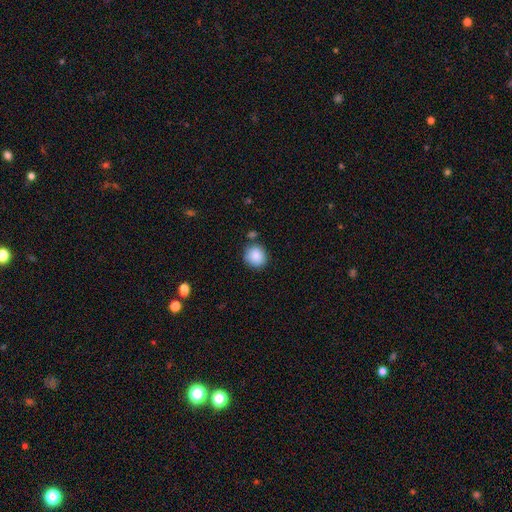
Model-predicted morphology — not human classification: type=smooth (88%); roundness=round (85%); merging=none (78%).